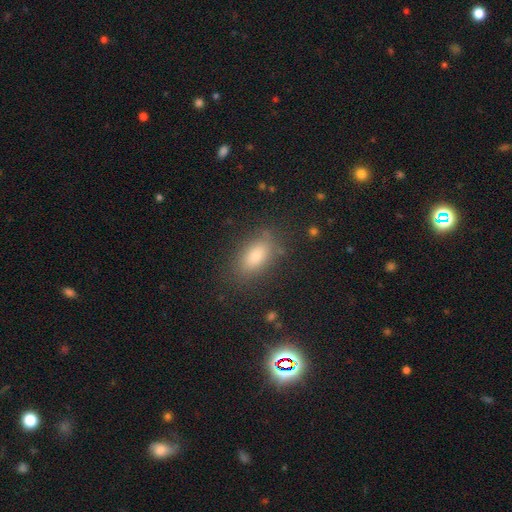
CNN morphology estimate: Smooth or featured? smooth (78%)
How rounded? in between (85%)
Merging? none (81%)